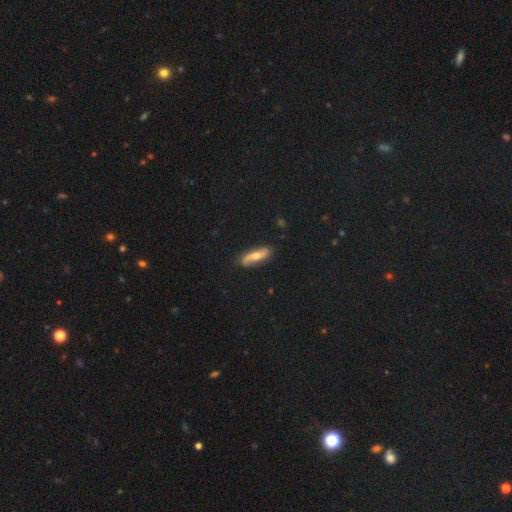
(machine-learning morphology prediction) smooth-or-featured: featured or disk: 58% | smooth: 36% | star or artifact: 6%
  disk-edge-on: no: 68% | yes: 32%
  merging: none: 80% | minor disturbance: 15% | major disturbance: 3% | merger: 2%